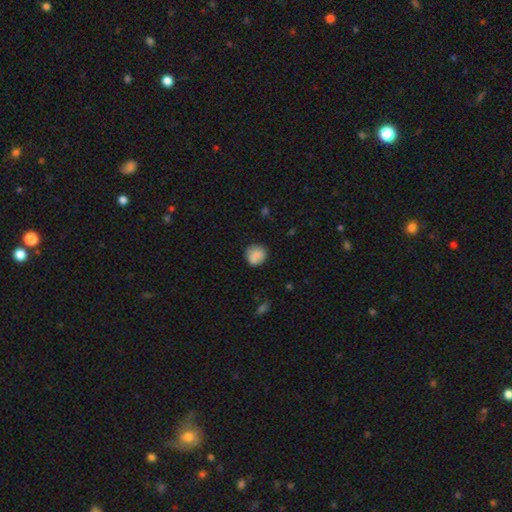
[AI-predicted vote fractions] Morphology: type=smooth (82%); roundness=round (88%); merging=none (70%).